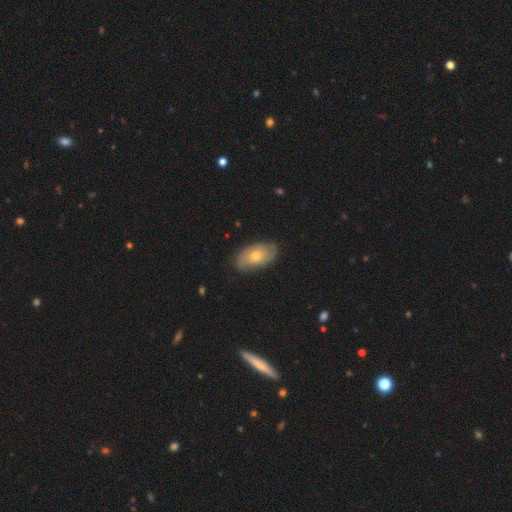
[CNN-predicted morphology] Smooth or featured?
  - featured or disk: 53% *
  - smooth: 40%
  - star or artifact: 8%
Edge-on disk?
  - no: 90% *
  - yes: 10%
Merging?
  - none: 79% *
  - minor disturbance: 16%
  - major disturbance: 3%
  - merger: 1%